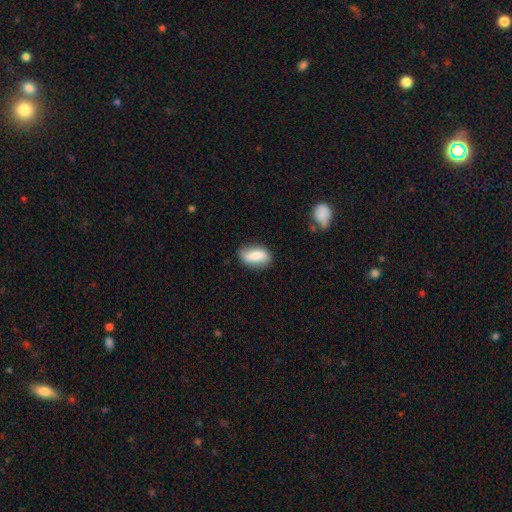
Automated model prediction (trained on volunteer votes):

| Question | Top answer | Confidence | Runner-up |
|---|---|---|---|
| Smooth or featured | smooth | 75% | featured or disk (18%) |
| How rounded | in between | 84% | cigar-shaped (11%) |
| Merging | none | 75% | minor disturbance (19%) |